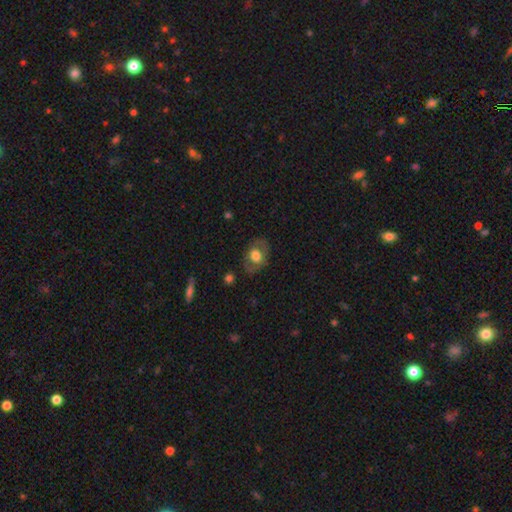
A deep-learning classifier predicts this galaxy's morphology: The model was most divided on "smooth or featured": smooth: 54%, featured or disk: 39%, star or artifact: 7%. More confident: merging — none (78%); how rounded — in between (72%).